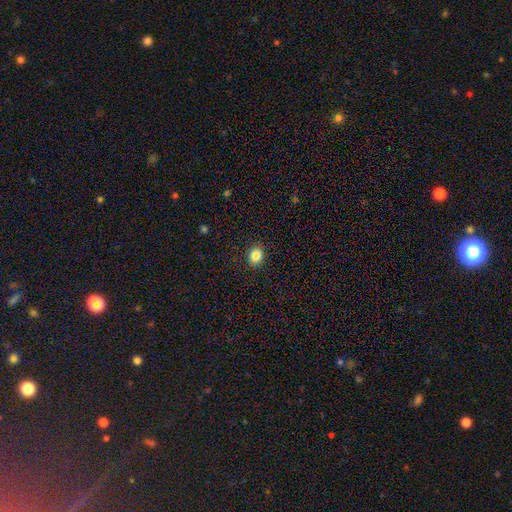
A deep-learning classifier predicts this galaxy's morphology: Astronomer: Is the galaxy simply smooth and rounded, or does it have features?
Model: smooth — 85%.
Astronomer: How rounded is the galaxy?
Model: round — 60% (runner-up: in between, 40%).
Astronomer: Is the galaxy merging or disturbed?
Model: none — 90%.